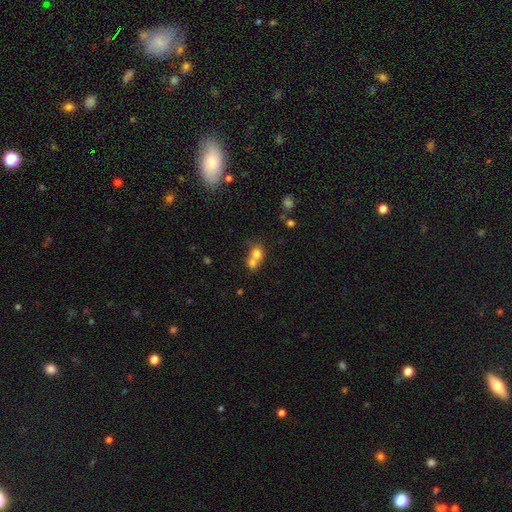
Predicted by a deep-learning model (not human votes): smooth 73%, featured or disk 15%, star or artifact 12%. Down the decision tree: how rounded — round (68%); merging — merger (66%).